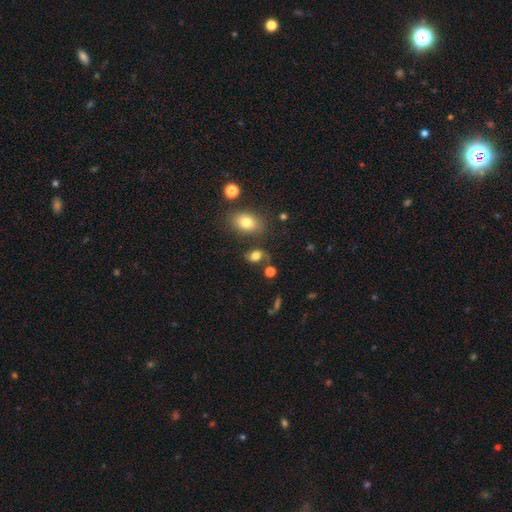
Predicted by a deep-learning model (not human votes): smooth_or_featured: smooth (p=0.74) [alt: featured or disk p=0.13]
how_rounded: in between (p=0.69) [alt: round p=0.28]
merging: none (p=0.59) [alt: minor disturbance p=0.19]